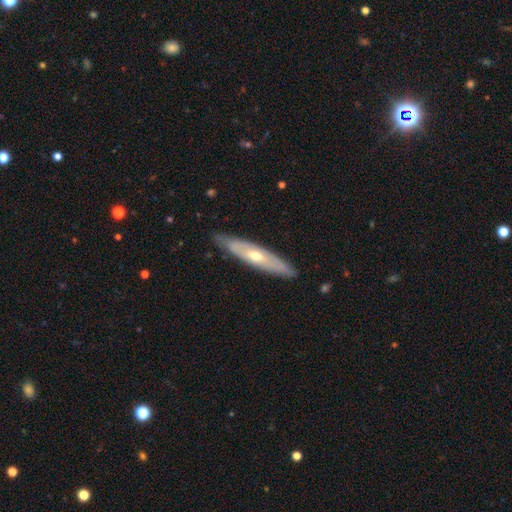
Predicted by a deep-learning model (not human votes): Q: Smooth or featured?
A: featured or disk (58%); runner-up: smooth (36%)
Q: Edge-on disk?
A: yes (60%); runner-up: no (40%)
Q: Merging?
A: none (84%); runner-up: minor disturbance (13%)